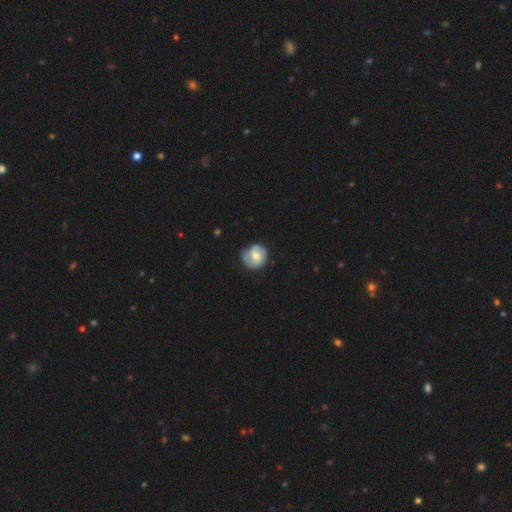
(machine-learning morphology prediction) smooth 55%, featured or disk 38%, star or artifact 7%. Down the decision tree: how rounded — round (85%); merging — none (72%).